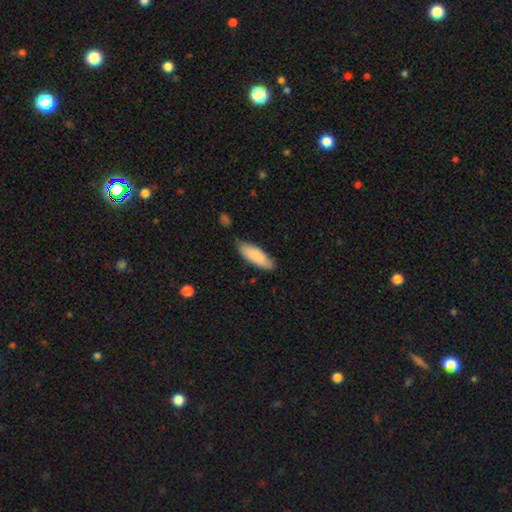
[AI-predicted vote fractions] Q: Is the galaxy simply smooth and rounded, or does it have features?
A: smooth — 86%.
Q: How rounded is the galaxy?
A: in between — 67%.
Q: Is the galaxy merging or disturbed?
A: none — 75%.